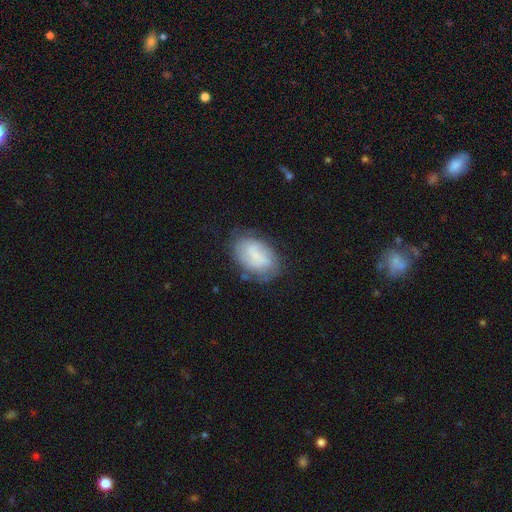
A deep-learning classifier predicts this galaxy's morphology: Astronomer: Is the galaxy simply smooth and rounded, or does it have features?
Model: smooth — 56% (runner-up: featured or disk, 36%).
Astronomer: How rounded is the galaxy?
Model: in between — 88%.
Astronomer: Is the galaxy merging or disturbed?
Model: none — 65%.